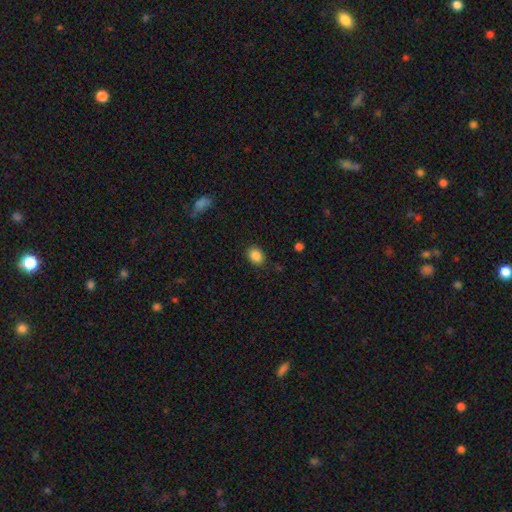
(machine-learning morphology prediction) Overall: smooth (87%). How rounded: in between (64%; round 35%). Merging: none (87%).